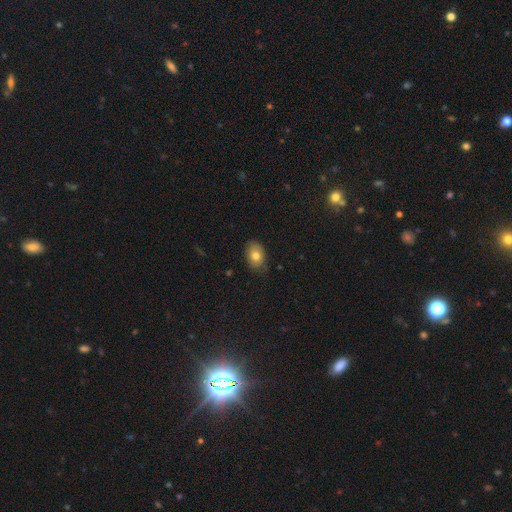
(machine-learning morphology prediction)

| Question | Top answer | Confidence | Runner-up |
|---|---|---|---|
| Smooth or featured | smooth | 78% | featured or disk (13%) |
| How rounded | in between | 80% | round (19%) |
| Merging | none | 75% | minor disturbance (21%) |